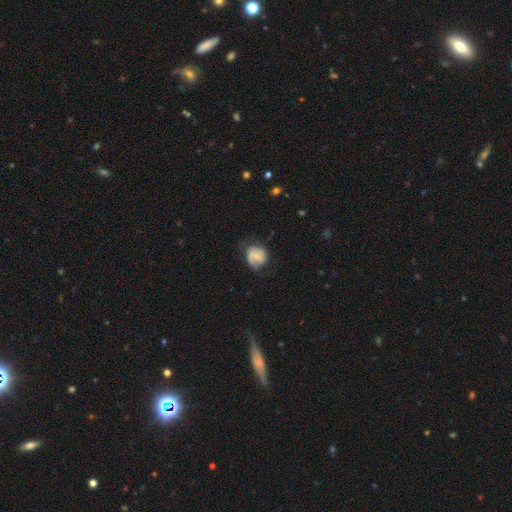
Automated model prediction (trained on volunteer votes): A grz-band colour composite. It shows a featured or disk galaxy (49%). Merging: none (54%).